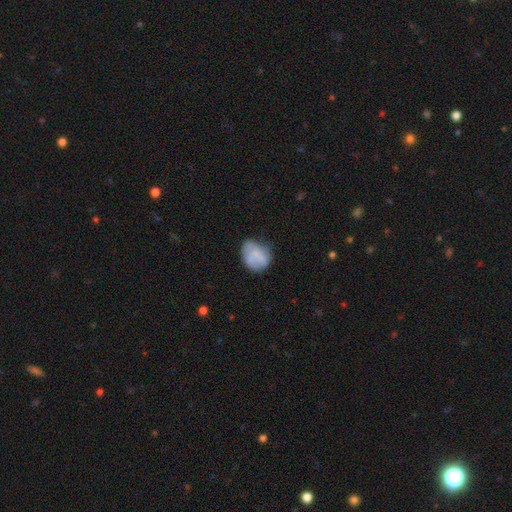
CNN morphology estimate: Smooth or featured? Predicted: smooth (p=0.68). How rounded? Predicted: round (p=0.58). Merging? Predicted: none (p=0.50).